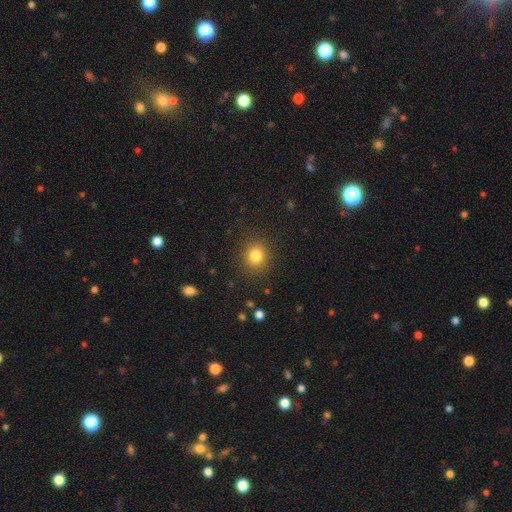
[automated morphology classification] This is clearly a smooth galaxy (81%). How rounded: clearly round (87%). Merging: clearly none (89%).